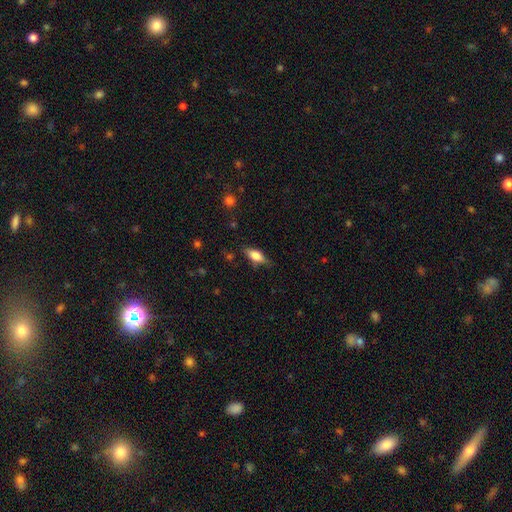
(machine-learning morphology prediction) This is likely a smooth galaxy (64%). How rounded: likely in between (73%). Merging: likely none (77%).